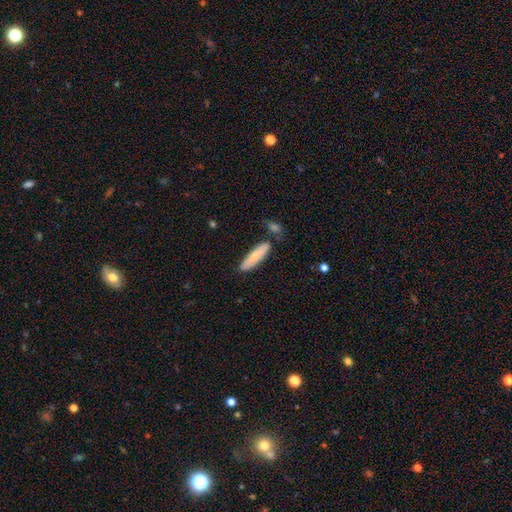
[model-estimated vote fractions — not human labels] Morphology: type=smooth (73%); roundness=cigar-shaped (70%); merging=none (74%).